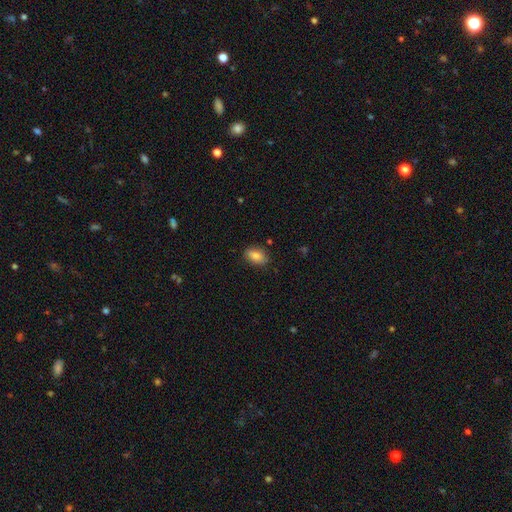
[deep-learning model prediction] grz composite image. It shows a smooth galaxy with no disk features (82%) that is in between round and cigar-shaped (87%). Merging: none (82%).